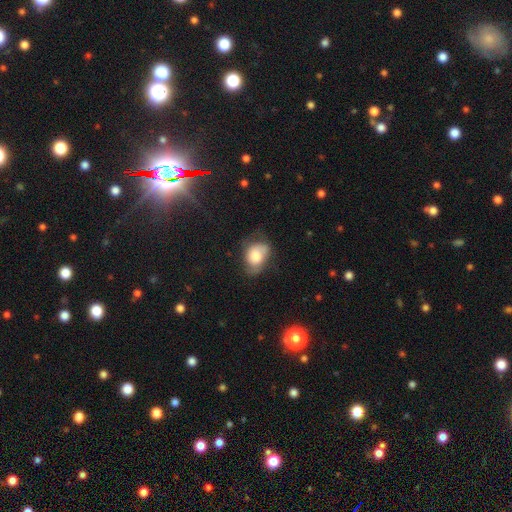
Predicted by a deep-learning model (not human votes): A smooth galaxy with no disk features (71%) that is in between round and cigar-shaped (69%).

Vote fractions:
- Smooth or featured? smooth: 71% / featured or disk: 21% / star or artifact: 8%
- How rounded? in between: 69% / round: 30% / cigar-shaped: 1%
- Merging? none: 45% / minor disturbance: 35% / major disturbance: 18% / merger: 2%